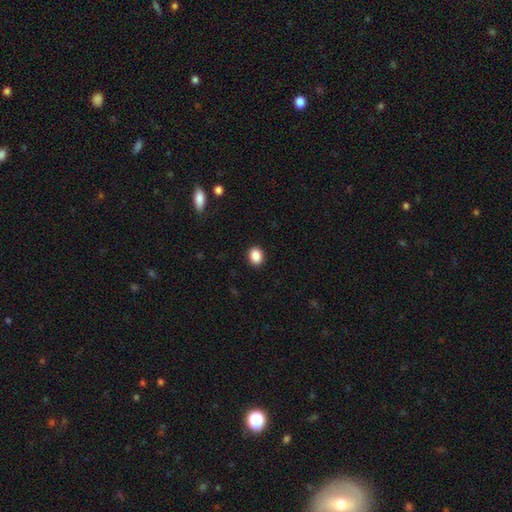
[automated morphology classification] Smooth or featured?
  - smooth: 88% *
  - star or artifact: 9%
  - featured or disk: 3%
How rounded?
  - in between: 50% *
  - round: 49%
  - cigar-shaped: 1%
Merging?
  - none: 91% *
  - minor disturbance: 6%
  - major disturbance: 2%
  - merger: 1%